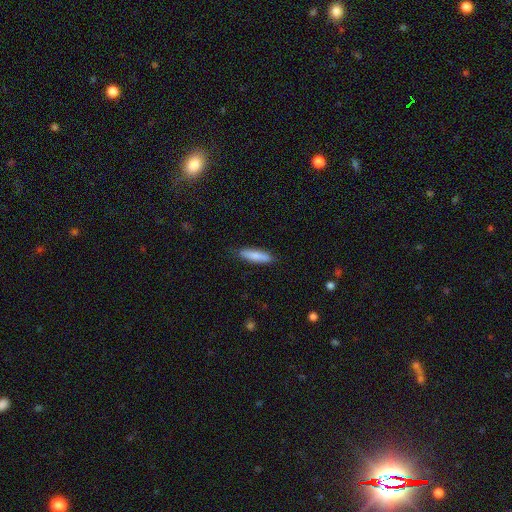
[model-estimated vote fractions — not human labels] Smooth or featured?
  - smooth: 83% *
  - featured or disk: 12%
  - star or artifact: 6%
How rounded?
  - cigar-shaped: 76% *
  - in between: 22%
  - round: 1%
Merging?
  - none: 86% *
  - minor disturbance: 10%
  - major disturbance: 2%
  - merger: 1%